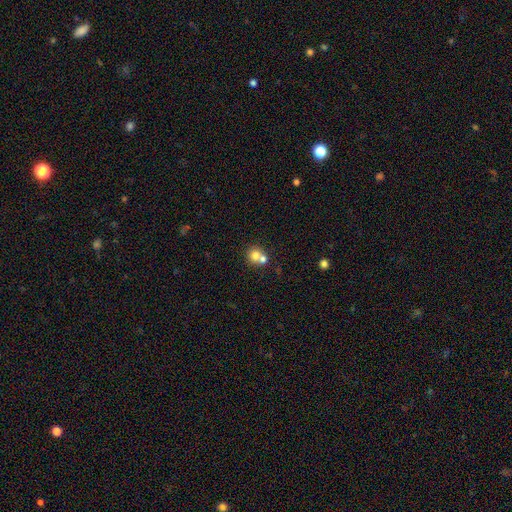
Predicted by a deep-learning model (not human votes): Overall: smooth (74%). How rounded: round (87%). Merging: merger (47%; none 44%).